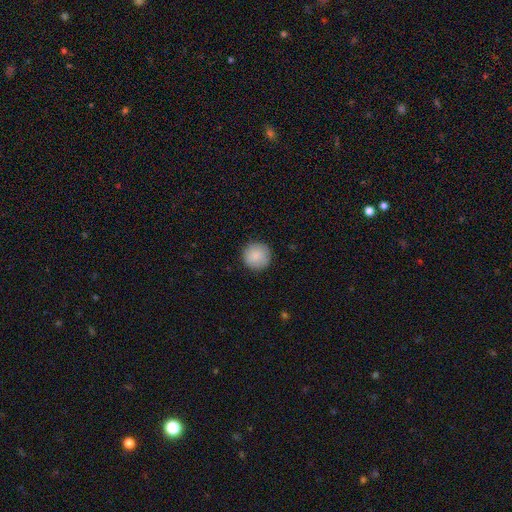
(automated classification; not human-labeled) This is clearly a smooth galaxy (86%). How rounded: clearly round (96%). Merging: clearly none (89%).